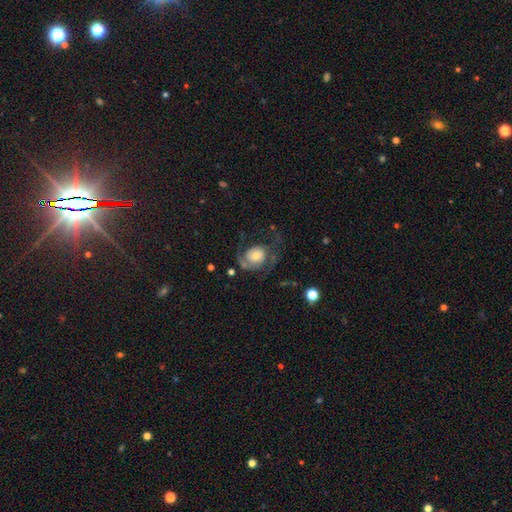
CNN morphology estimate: This appears to be a featured or disk galaxy (66%) with no bar (76%), 2 (54%) medium (39%) spiral arms (86%) and a moderate central bulge (37%). Merging: none (43%).